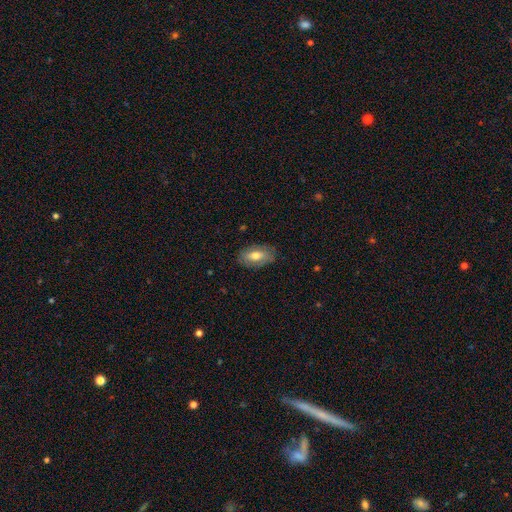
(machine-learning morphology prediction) A smooth galaxy with no disk features (65%) that is in between round and cigar-shaped (90%). Merging: none (80%).